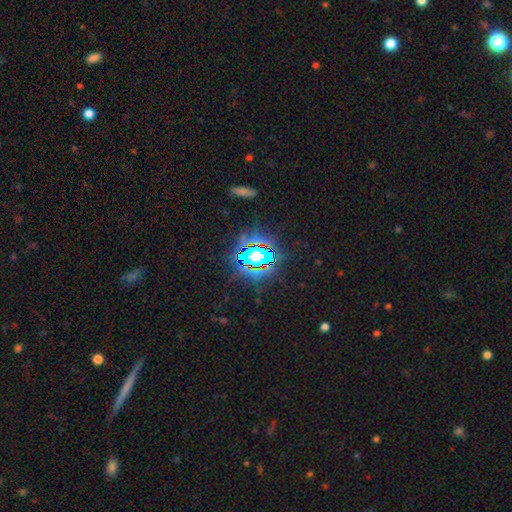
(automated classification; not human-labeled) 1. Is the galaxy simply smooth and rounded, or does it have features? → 69% star or artifact, 18% smooth, 13% featured or disk.